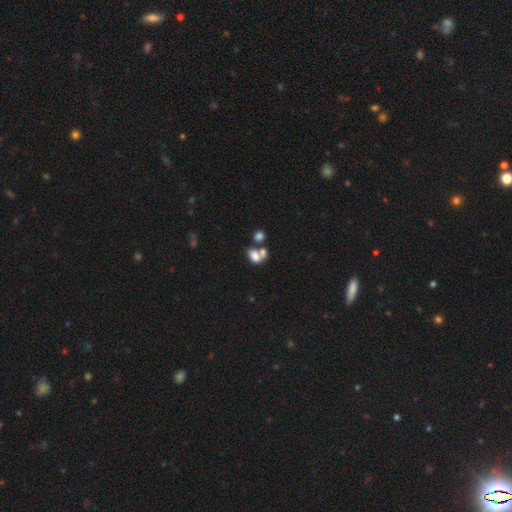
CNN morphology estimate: type=smooth (73%); roundness=in between (78%); merging=merger (56%).